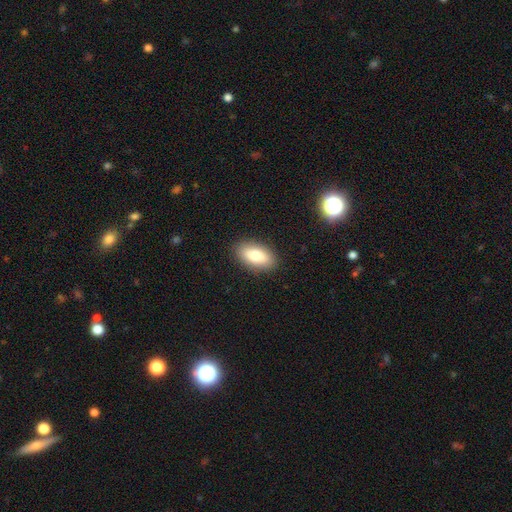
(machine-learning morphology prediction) Smooth or featured? Predicted: smooth (p=0.80). How rounded? Predicted: in between (p=0.91). Merging? Predicted: none (p=0.88).